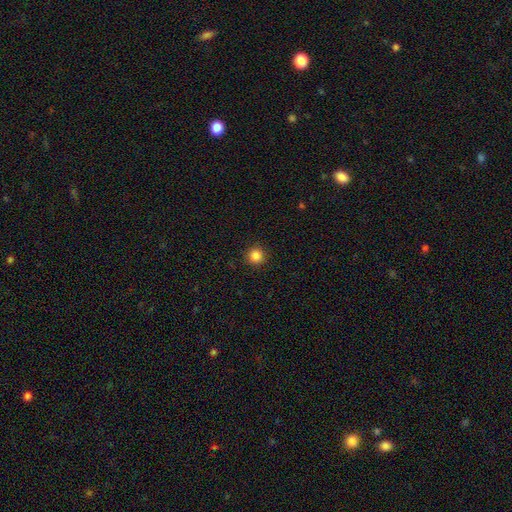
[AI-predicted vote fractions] Smooth or featured? Predicted: smooth (p=0.86). How rounded? Predicted: round (p=0.94). Merging? Predicted: none (p=0.92).